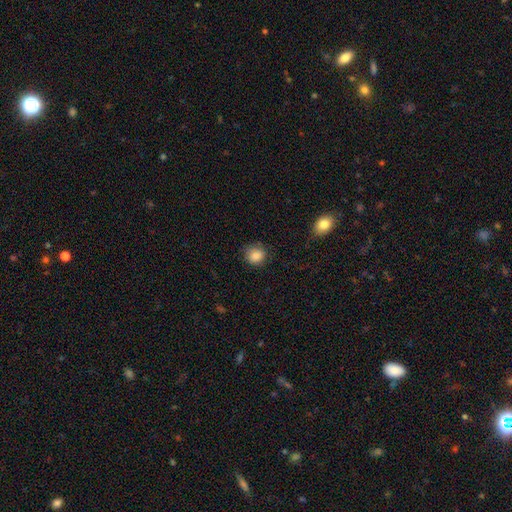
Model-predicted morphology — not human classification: smooth 87%, star or artifact 9%, featured or disk 4%. Down the decision tree: how rounded — round (77%); merging — none (74%).